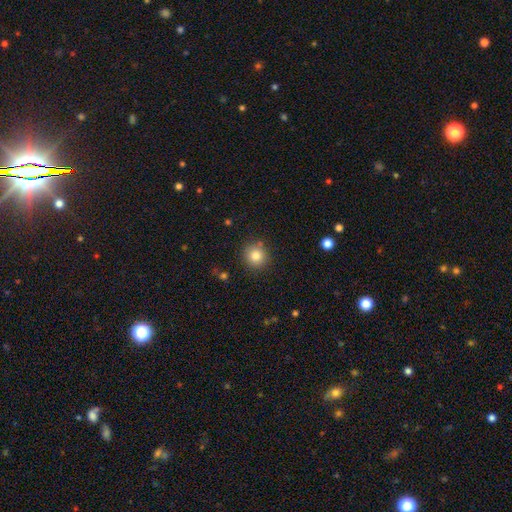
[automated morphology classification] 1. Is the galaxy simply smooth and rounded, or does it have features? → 82% smooth, 11% star or artifact, 7% featured or disk.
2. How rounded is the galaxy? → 93% round, 7% in between, 1% cigar-shaped.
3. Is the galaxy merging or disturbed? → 87% none, 8% minor disturbance, 3% merger, 3% major disturbance.